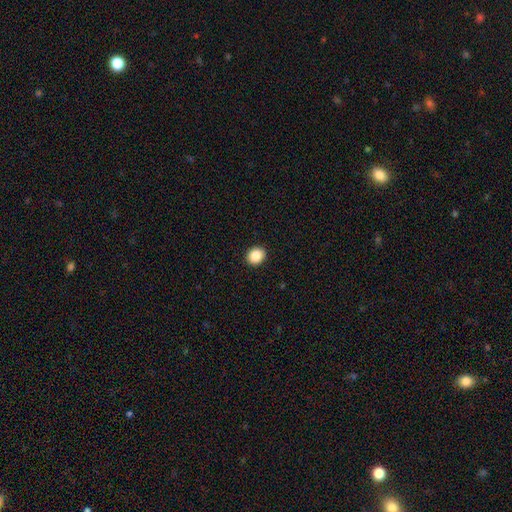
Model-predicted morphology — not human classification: Smooth or featured: smooth — 87% (star or artifact — 9%)
How rounded: round — 77% (in between — 22%)
Merging: none — 92% (minor disturbance — 5%)